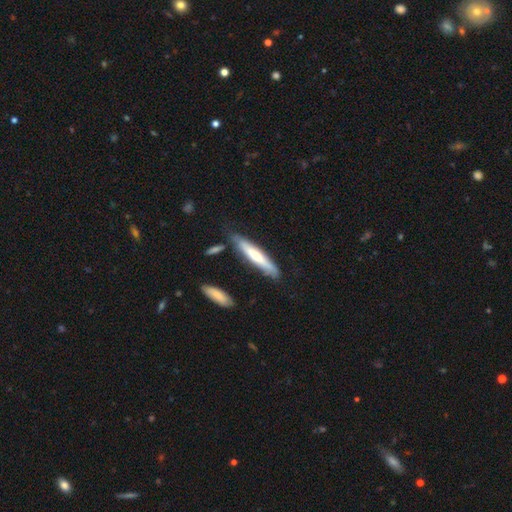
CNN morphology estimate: Smooth or featured? smooth (53%)
How rounded? cigar-shaped (87%)
Merging? none (75%)